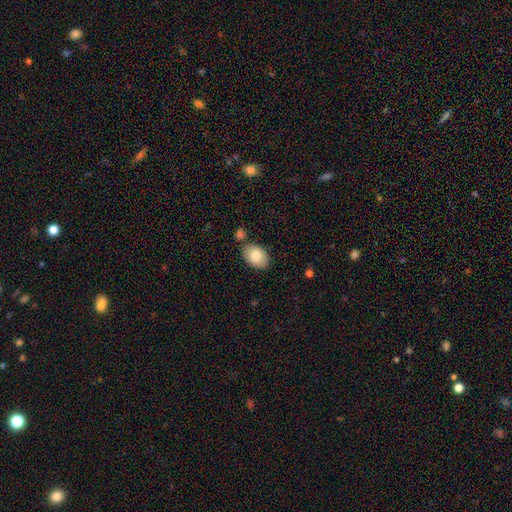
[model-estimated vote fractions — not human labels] Morphology: type=smooth (81%); roundness=in between (85%); merging=none (79%).